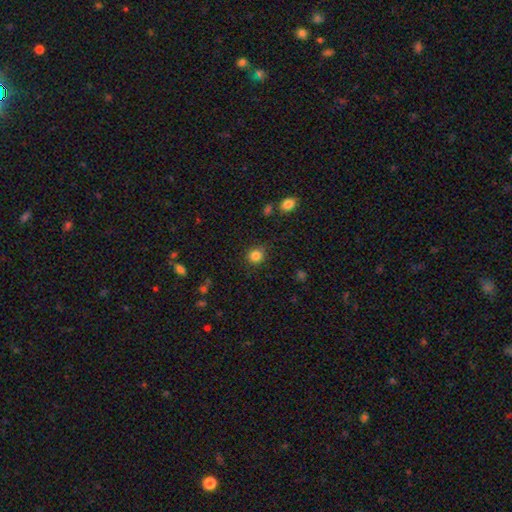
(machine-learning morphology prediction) Smooth or featured?
  - smooth: 84% *
  - star or artifact: 12%
  - featured or disk: 4%
How rounded?
  - round: 88% *
  - in between: 12%
  - cigar-shaped: 1%
Merging?
  - none: 85% *
  - minor disturbance: 10%
  - major disturbance: 3%
  - merger: 2%